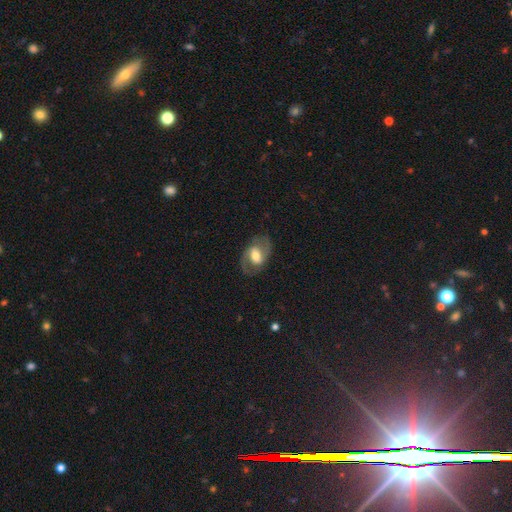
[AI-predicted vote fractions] Smooth or featured? Predicted: featured or disk (p=0.66). Edge-on disk? Predicted: no (p=0.95). Bar? Predicted: weak (p=0.45). Spiral arms? Predicted: yes (p=0.81). Spiral winding? Predicted: medium (p=0.51). Spiral arm count? Predicted: 2 (p=0.87). Bulge size? Predicted: moderate (p=0.53). Merging? Predicted: none (p=0.76).